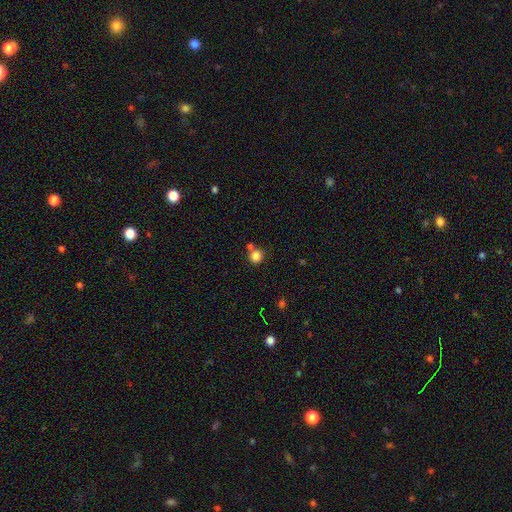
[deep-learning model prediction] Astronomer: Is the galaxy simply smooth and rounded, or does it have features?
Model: smooth — 84%.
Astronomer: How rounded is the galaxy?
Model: round — 92%.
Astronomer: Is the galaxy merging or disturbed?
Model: none — 67%.